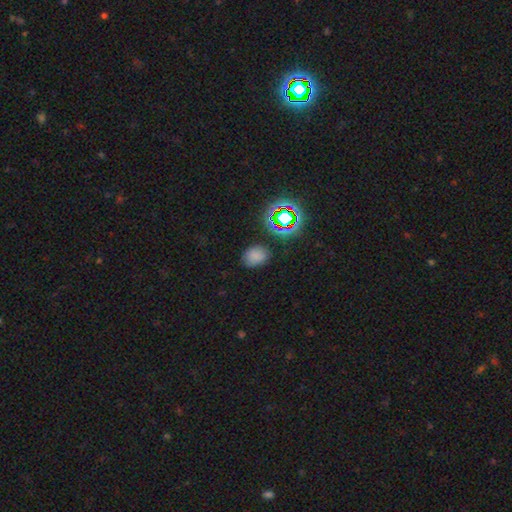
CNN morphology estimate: This is likely a smooth galaxy (72%). How rounded: likely in between (63%). Merging: likely none (77%).